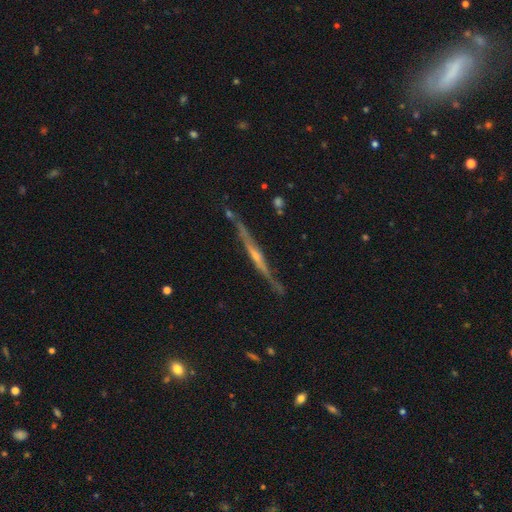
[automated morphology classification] featured or disk 80%, smooth 13%, star or artifact 7%. Down the decision tree: edge-on disk — yes (96%); edge-on bulge — rounded (59%); merging — none (76%).